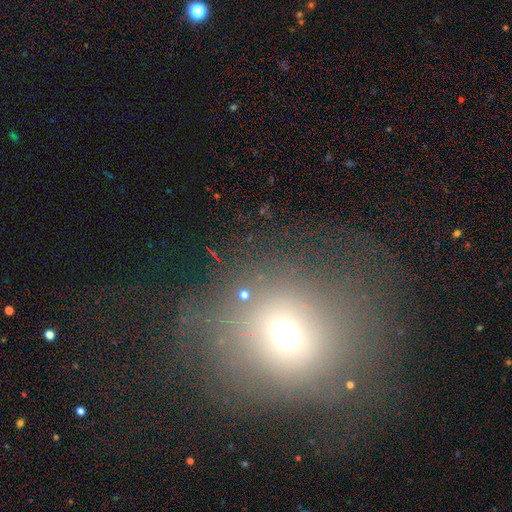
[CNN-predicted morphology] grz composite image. It shows a smooth galaxy with no disk features (57%) that is round (82%). Merging: none (59%).